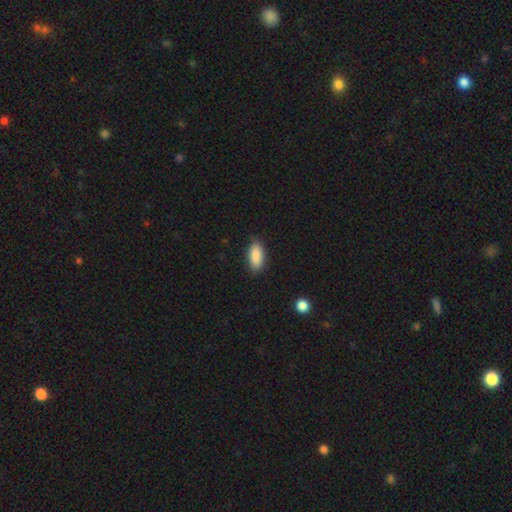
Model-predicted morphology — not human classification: This appears to be a smooth galaxy with no disk features (89%) that is in between round and cigar-shaped (87%). Merging: none (84%).